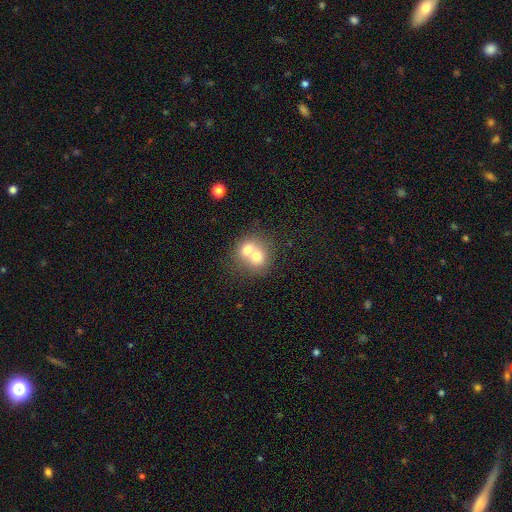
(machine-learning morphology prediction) smooth_or_featured: smooth (p=0.65) [alt: featured or disk p=0.25]
how_rounded: round (p=0.74) [alt: in between p=0.25]
merging: merger (p=0.72) [alt: none p=0.22]